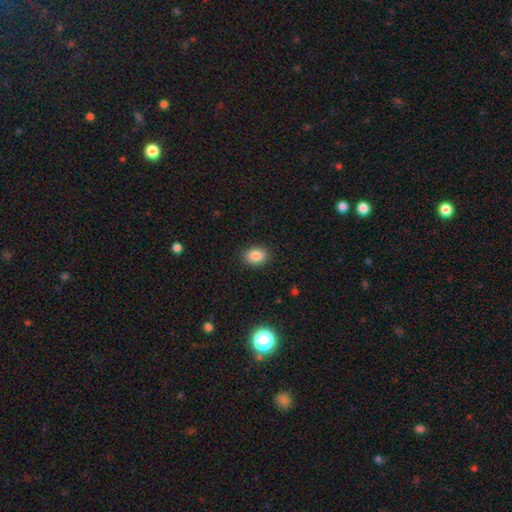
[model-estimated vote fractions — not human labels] This appears to be a smooth galaxy with no disk features (86%) that is in between round and cigar-shaped (75%). Merging: none (88%).